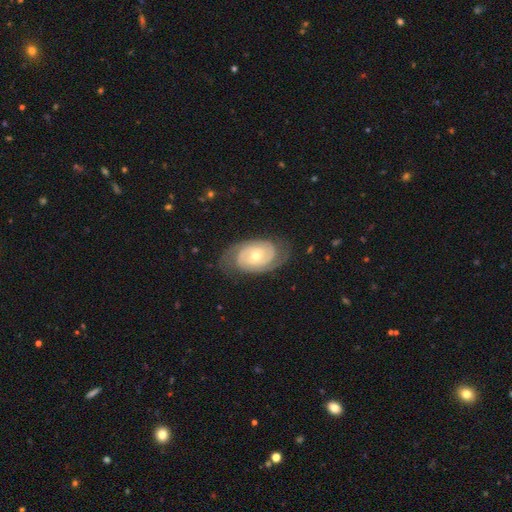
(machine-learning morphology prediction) Smooth or featured? featured or disk (87%)
Edge-on disk? no (97%)
Bar? no (74%)
Spiral arms? yes (96%)
Spiral winding? tight (69%)
Spiral arm count? 2 (78%)
Bulge size? moderate (51%)
Merging? none (76%)